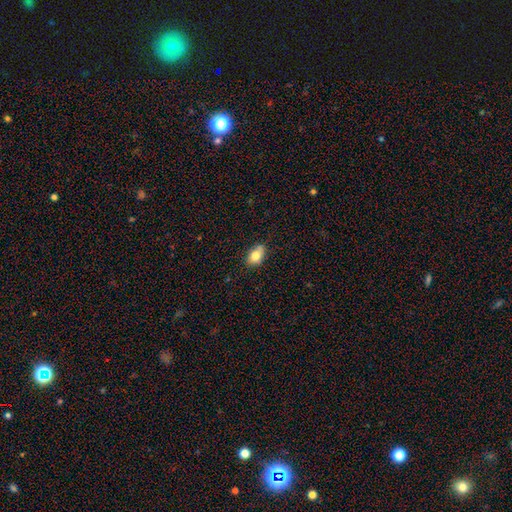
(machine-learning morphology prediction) This is likely a smooth galaxy (80%). How rounded: clearly in between (82%). Merging: likely none (73%).